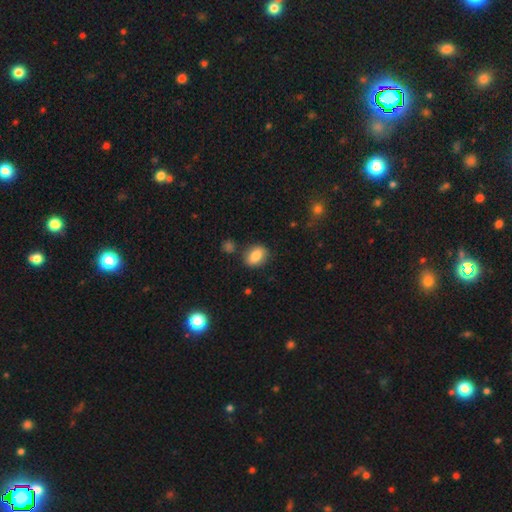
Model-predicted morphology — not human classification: smooth 83%, featured or disk 9%, star or artifact 8%. Down the decision tree: how rounded — in between (70%); merging — none (82%).